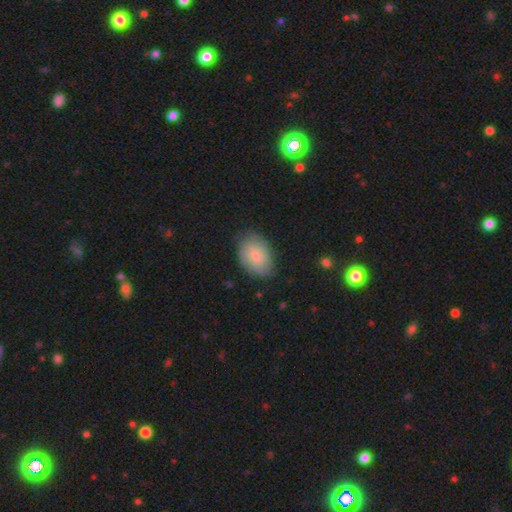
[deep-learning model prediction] Morphology: type=smooth (58%); roundness=in between (82%); merging=none (73%).